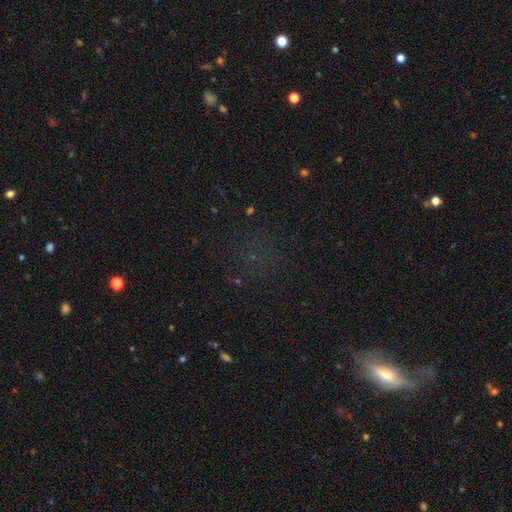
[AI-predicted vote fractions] Smooth or featured? star or artifact (50%)